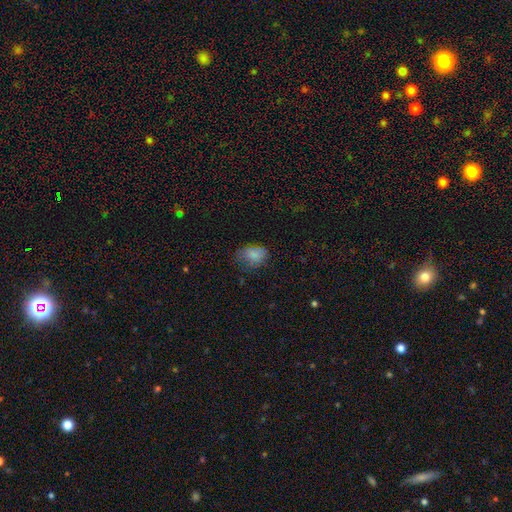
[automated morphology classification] Smooth or featured?
  - smooth: 77% *
  - star or artifact: 14%
  - featured or disk: 9%
How rounded?
  - in between: 73% *
  - round: 26%
  - cigar-shaped: 1%
Merging?
  - none: 57% *
  - minor disturbance: 30%
  - major disturbance: 12%
  - merger: 2%